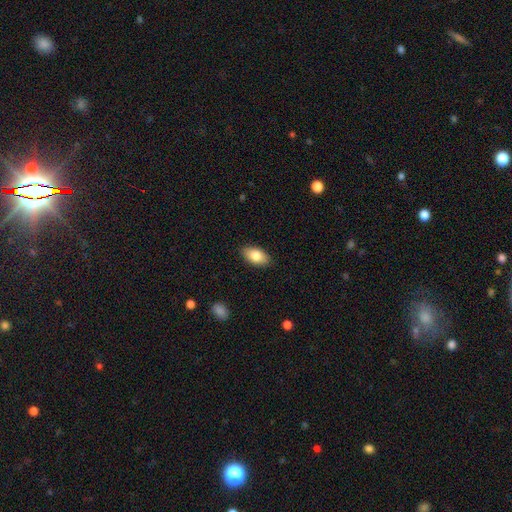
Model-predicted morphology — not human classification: Smooth or featured?
  - smooth: 81% *
  - featured or disk: 12%
  - star or artifact: 7%
How rounded?
  - in between: 93% *
  - round: 5%
  - cigar-shaped: 3%
Merging?
  - none: 88% *
  - minor disturbance: 9%
  - major disturbance: 2%
  - merger: 1%